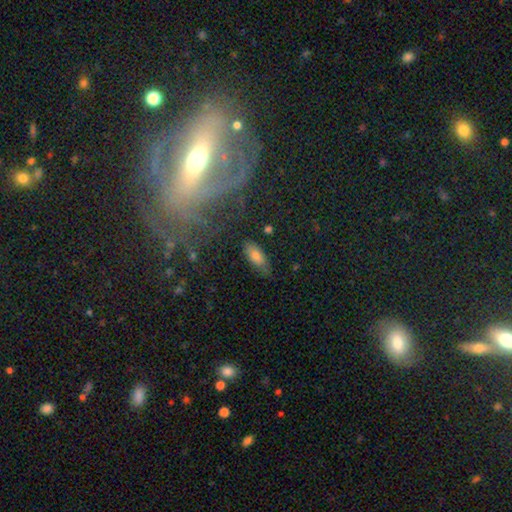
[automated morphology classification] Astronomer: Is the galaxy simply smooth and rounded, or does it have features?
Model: smooth — 76%.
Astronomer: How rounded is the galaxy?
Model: in between — 82%.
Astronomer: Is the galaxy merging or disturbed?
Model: none — 76%.